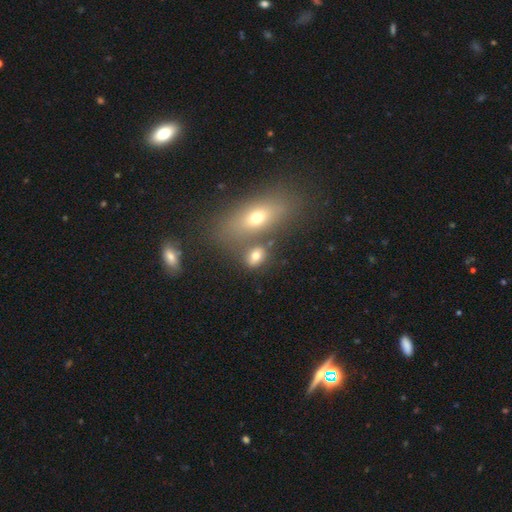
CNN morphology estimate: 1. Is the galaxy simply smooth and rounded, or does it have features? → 71% smooth, 16% featured or disk, 13% star or artifact.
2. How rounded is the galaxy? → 70% in between, 26% round, 4% cigar-shaped.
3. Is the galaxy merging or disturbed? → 56% none, 25% merger, 12% minor disturbance, 6% major disturbance.